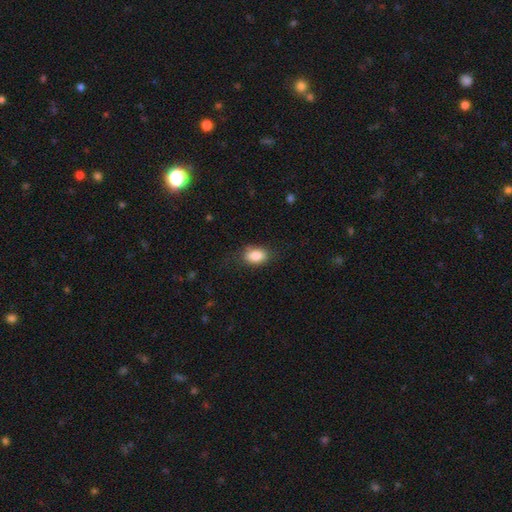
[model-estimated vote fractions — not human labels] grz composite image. It shows a smooth galaxy with no disk features (85%) that is in between round and cigar-shaped (81%). Merging: none (75%).